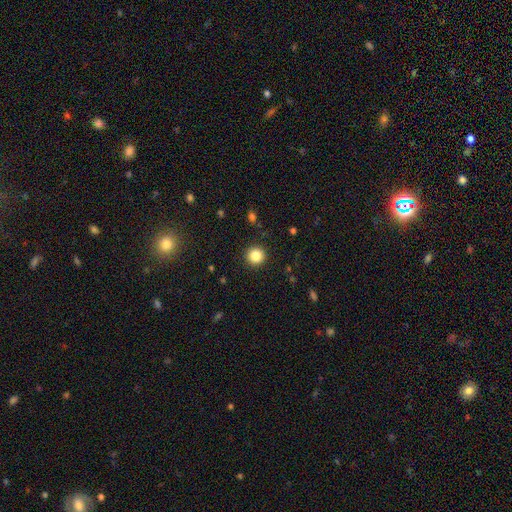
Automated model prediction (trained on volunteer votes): A smooth galaxy with no disk features (85%) that is round (95%). Merging: none (92%).